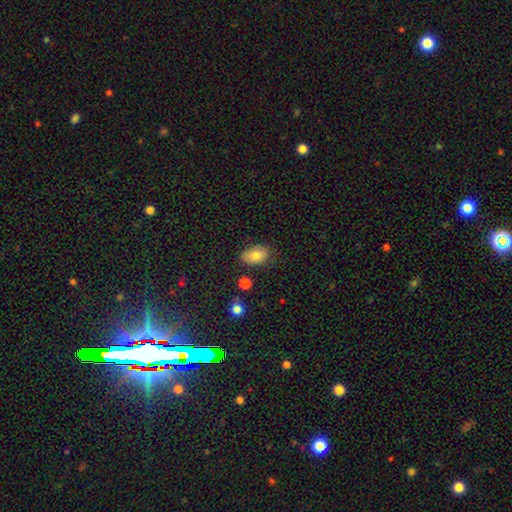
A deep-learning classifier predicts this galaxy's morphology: A smooth galaxy with no disk features (81%) that is in between round and cigar-shaped (88%).

Vote fractions:
- Smooth or featured? smooth: 81% / featured or disk: 11% / star or artifact: 8%
- How rounded? in between: 88% / round: 11% / cigar-shaped: 1%
- Merging? none: 76% / minor disturbance: 18% / major disturbance: 4% / merger: 3%